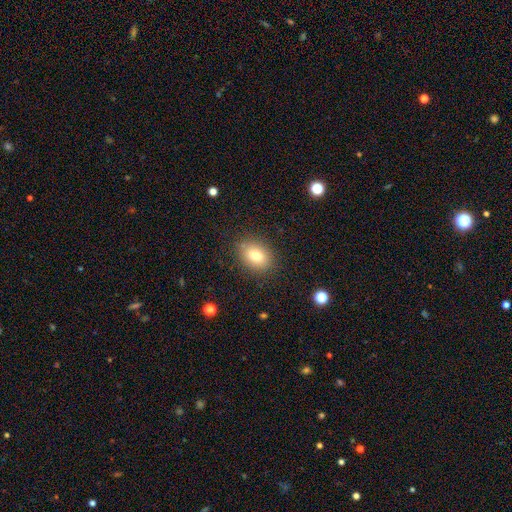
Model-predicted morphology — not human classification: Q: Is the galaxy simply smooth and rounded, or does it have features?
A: smooth — 78%.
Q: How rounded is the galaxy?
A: in between — 71%.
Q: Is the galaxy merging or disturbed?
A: none — 85%.